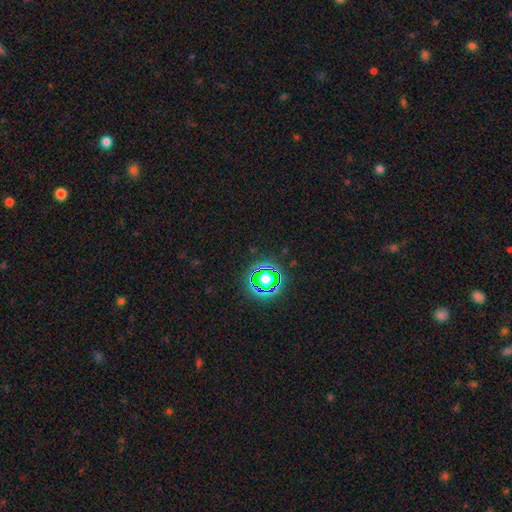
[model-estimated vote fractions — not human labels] star or artifact 79%, smooth 14%, featured or disk 7%.